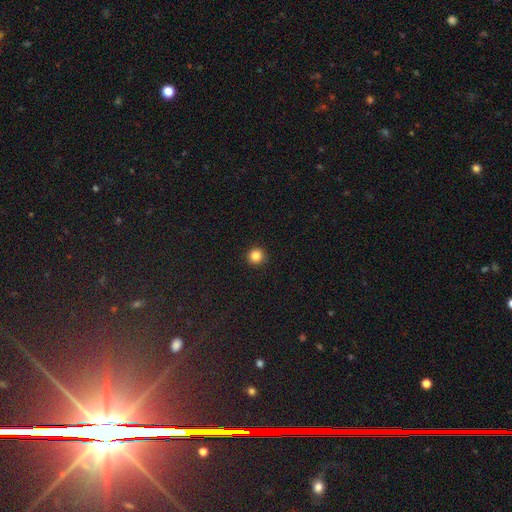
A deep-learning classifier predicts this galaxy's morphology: Smooth or featured? smooth (85%)
How rounded? round (95%)
Merging? none (93%)